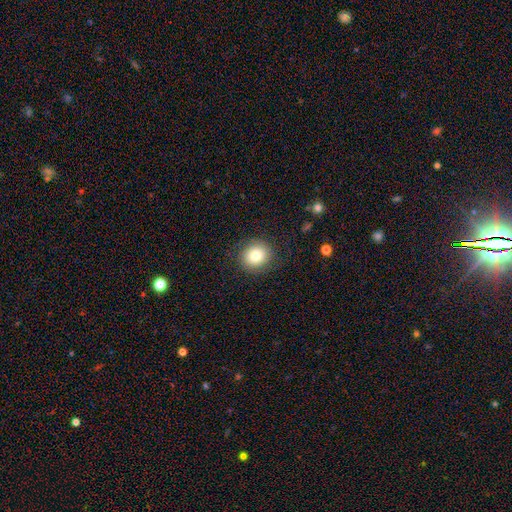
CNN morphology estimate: Smooth or featured? smooth (79%)
How rounded? round (82%)
Merging? none (86%)